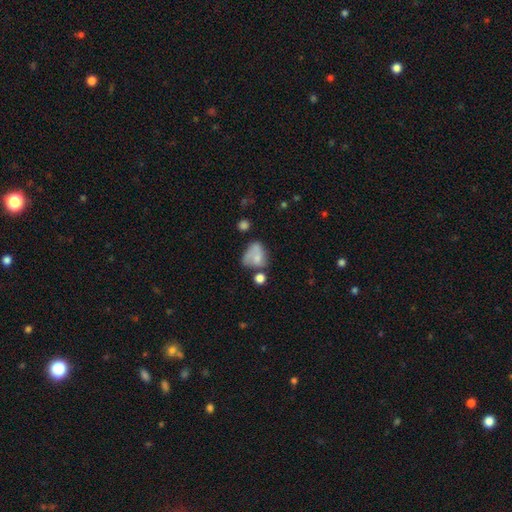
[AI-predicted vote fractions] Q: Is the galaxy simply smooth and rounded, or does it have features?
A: smooth — 62%.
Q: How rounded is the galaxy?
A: in between — 62%.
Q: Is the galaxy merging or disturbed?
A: major disturbance — 27%, tied with none.